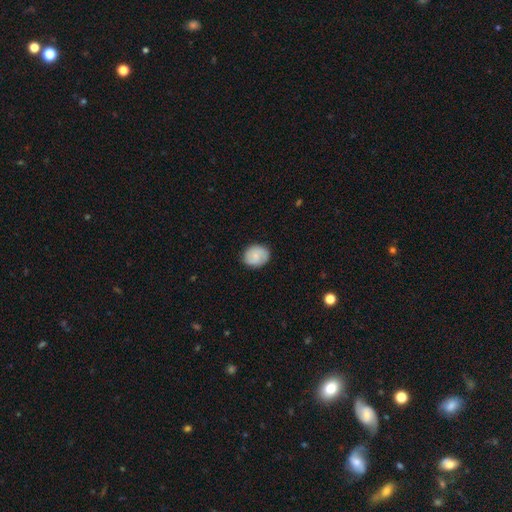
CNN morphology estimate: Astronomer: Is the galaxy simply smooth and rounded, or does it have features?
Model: smooth — 70%.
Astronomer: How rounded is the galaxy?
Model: round — 67%.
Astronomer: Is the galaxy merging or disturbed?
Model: none — 83%.